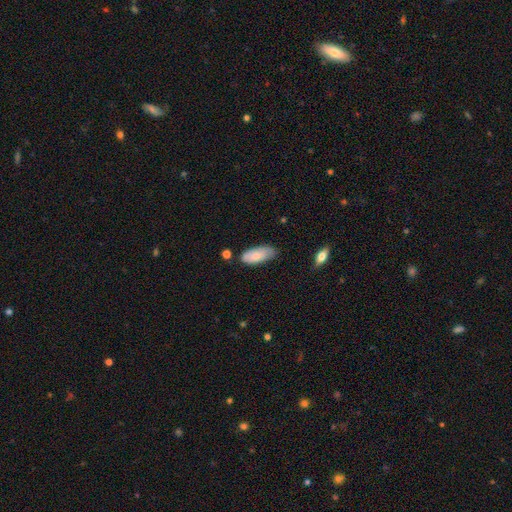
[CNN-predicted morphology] Smooth or featured: smooth — 79% (featured or disk — 15%)
How rounded: in between — 84% (cigar-shaped — 14%)
Merging: none — 65% (minor disturbance — 27%)